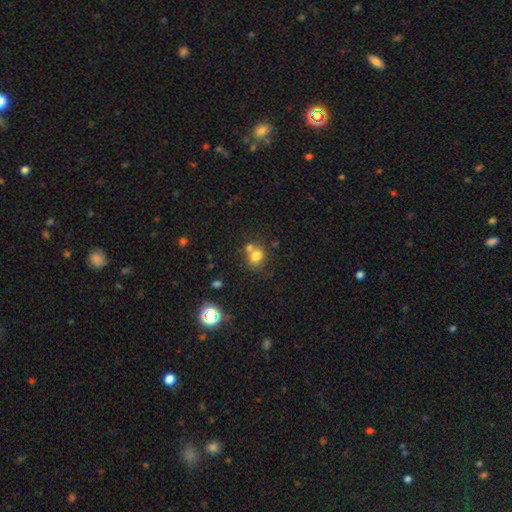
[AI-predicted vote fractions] Overall: smooth (75%). How rounded: round (75%). Merging: none (51%; merger 35%).